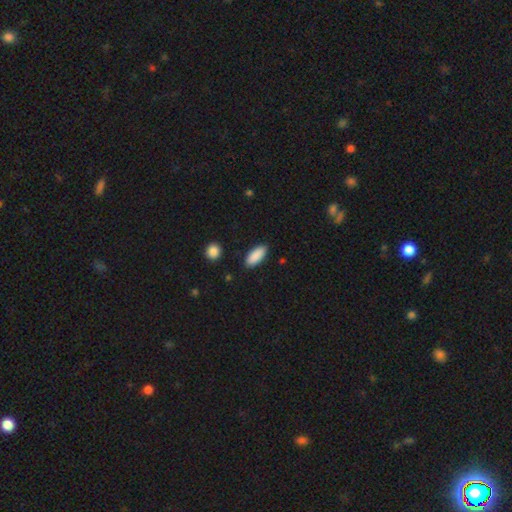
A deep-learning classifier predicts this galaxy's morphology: smooth_or_featured: smooth (p=0.90) [alt: star or artifact p=0.06]
how_rounded: in between (p=0.79) [alt: cigar-shaped p=0.19]
merging: none (p=0.88) [alt: minor disturbance p=0.09]